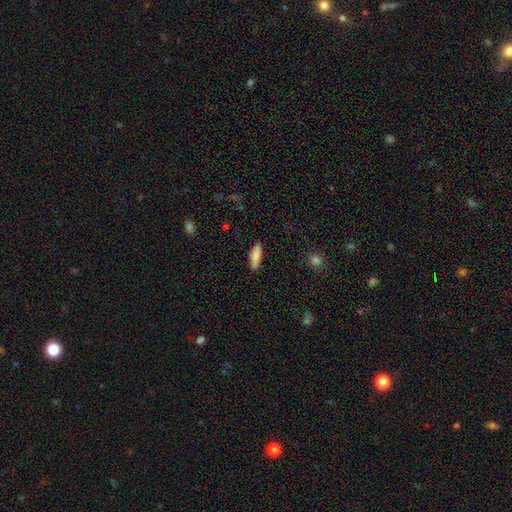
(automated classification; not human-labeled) This appears to be a smooth galaxy with no disk features (84%) that is cigar-shaped (60%). Merging: none (86%).